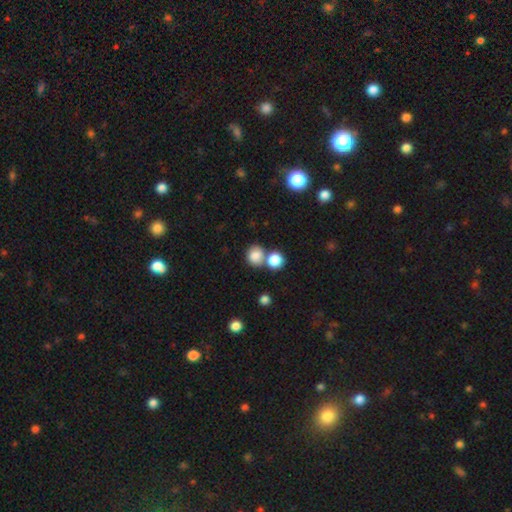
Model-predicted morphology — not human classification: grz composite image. It shows a smooth galaxy with no disk features (83%) that is round (78%). Merging: none (51%).